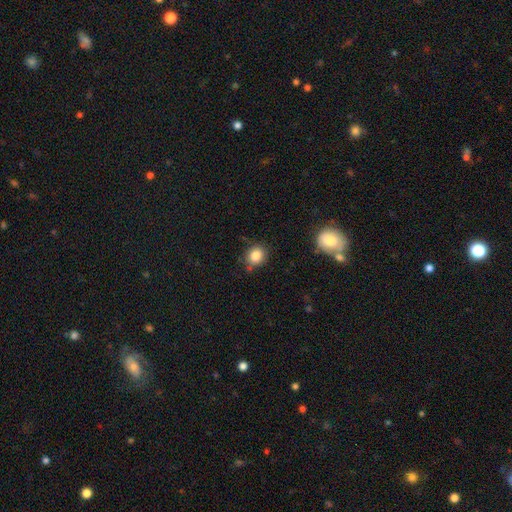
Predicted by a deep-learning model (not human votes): Smooth or featured?
  - smooth: 84% *
  - star or artifact: 10%
  - featured or disk: 6%
How rounded?
  - round: 73% *
  - in between: 26%
  - cigar-shaped: 1%
Merging?
  - none: 78% *
  - minor disturbance: 15%
  - merger: 3%
  - major disturbance: 3%